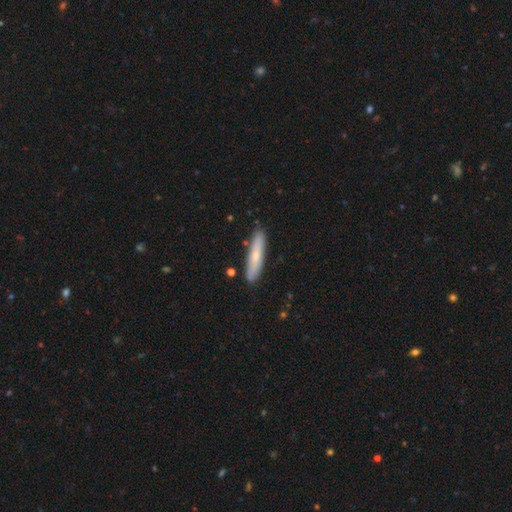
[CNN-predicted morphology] Overall: smooth (60%; featured or disk 34%). How rounded: cigar-shaped (87%). Merging: none (85%).